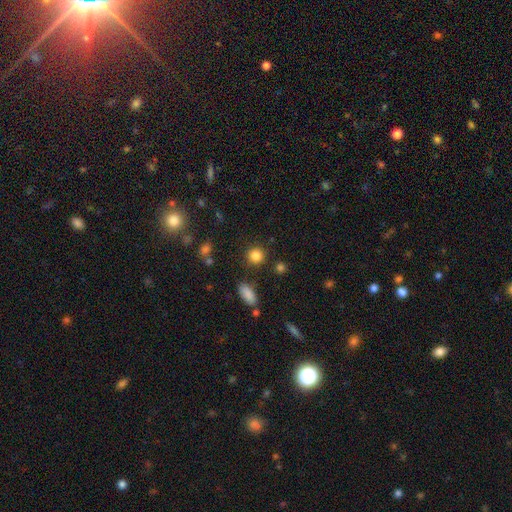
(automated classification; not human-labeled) Overall: smooth (84%). How rounded: round (89%). Merging: none (86%).